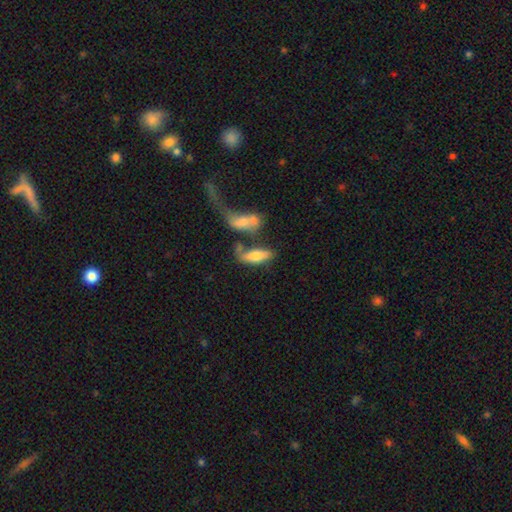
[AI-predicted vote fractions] smooth_or_featured: smooth (p=0.67) [alt: featured or disk p=0.26]
how_rounded: in between (p=0.69) [alt: cigar-shaped p=0.28]
merging: none (p=0.40) [alt: merger p=0.33]